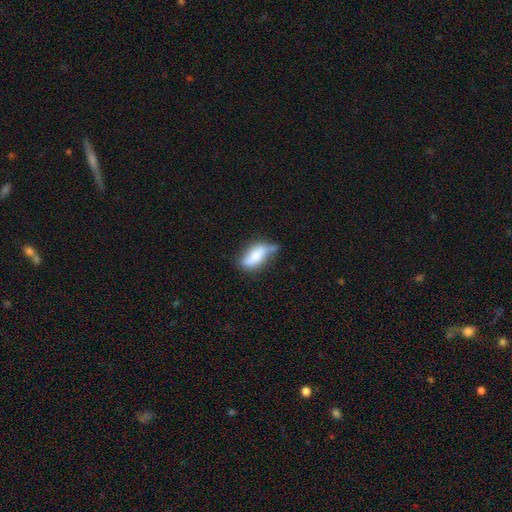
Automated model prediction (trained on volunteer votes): The model was most divided on "merging": none: 40%, minor disturbance: 39%, major disturbance: 12%, merger: 10%. More confident: how rounded — in between (77%); smooth or featured — smooth (73%).